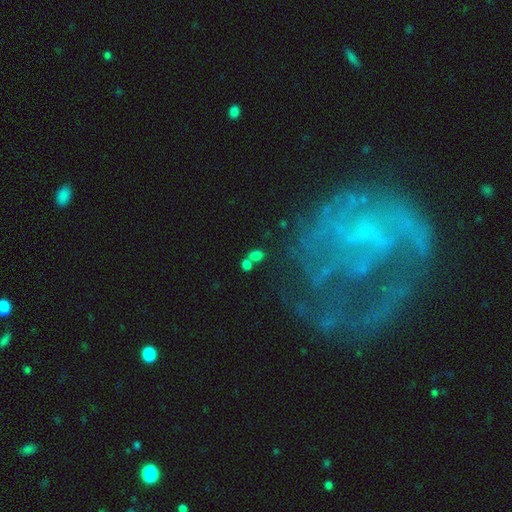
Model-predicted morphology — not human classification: The model was most divided on "how rounded" (2-way tie): in between: 49%, round: 49%, cigar-shaped: 2%. More confident: smooth or featured — smooth (73%); merging — none (53%).